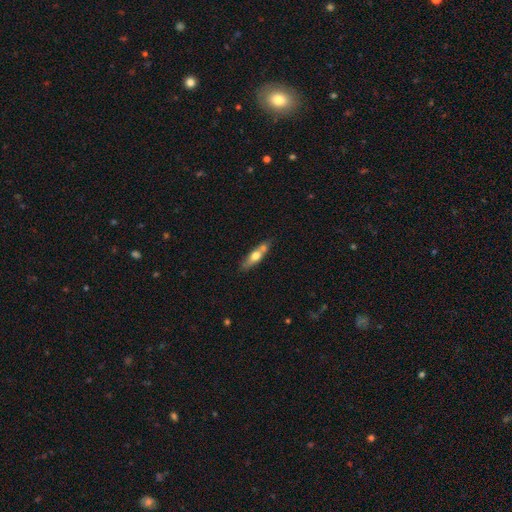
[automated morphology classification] A smooth galaxy with no disk features (54%) that is cigar-shaped (57%).

Vote fractions:
- Smooth or featured? smooth: 54% / featured or disk: 39% / star or artifact: 6%
- How rounded? cigar-shaped: 57% / in between: 38% / round: 4%
- Merging? none: 51% / merger: 29% / minor disturbance: 16% / major disturbance: 5%